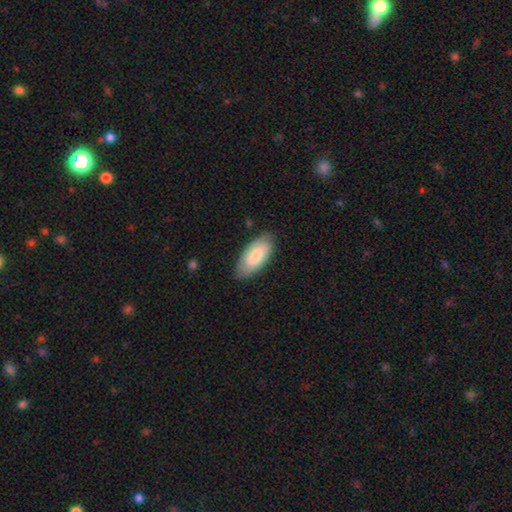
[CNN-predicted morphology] The model was most divided on "smooth or featured": smooth: 67%, featured or disk: 27%, star or artifact: 6%. More confident: how rounded — in between (90%); merging — none (79%).